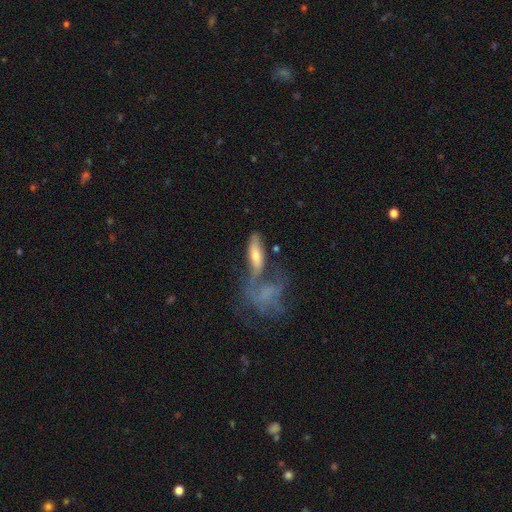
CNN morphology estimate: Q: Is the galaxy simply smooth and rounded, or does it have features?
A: featured or disk — 46%.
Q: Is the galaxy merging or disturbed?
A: merger — 37%.